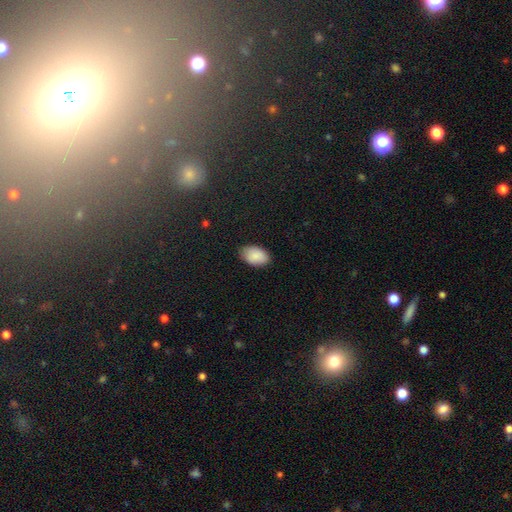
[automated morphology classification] Smooth or featured? smooth (89%)
How rounded? in between (92%)
Merging? none (83%)